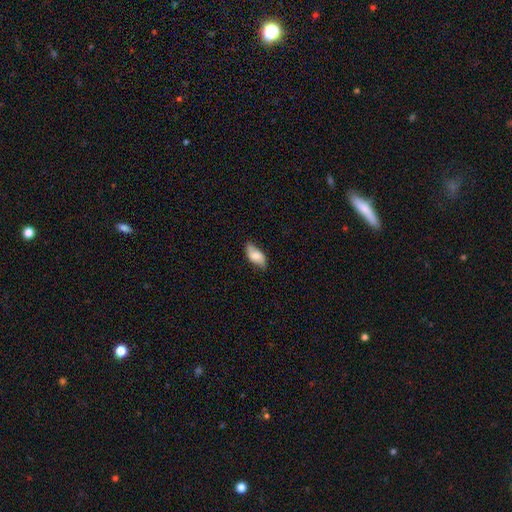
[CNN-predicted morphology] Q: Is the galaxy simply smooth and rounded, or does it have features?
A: smooth — 67%.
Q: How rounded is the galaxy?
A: in between — 90%.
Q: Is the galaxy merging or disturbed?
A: none — 74%.